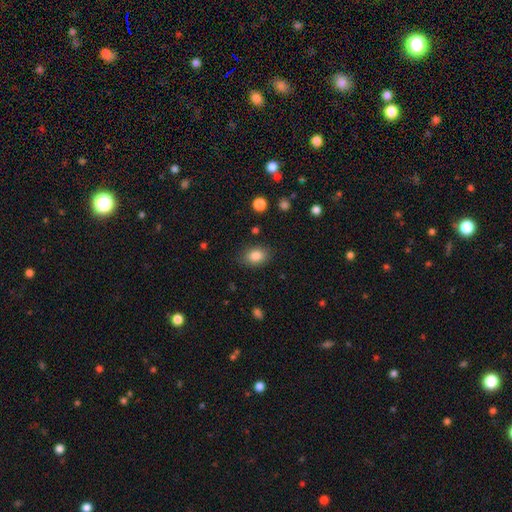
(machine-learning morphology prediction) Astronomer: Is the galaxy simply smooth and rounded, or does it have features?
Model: smooth — 85%.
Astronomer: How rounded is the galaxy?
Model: in between — 74%.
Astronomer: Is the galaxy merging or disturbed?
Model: none — 82%.